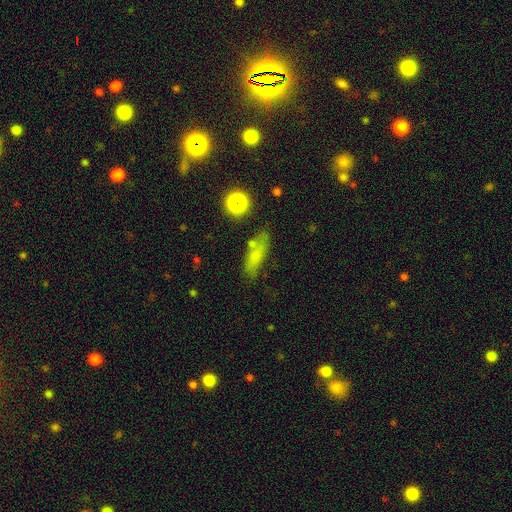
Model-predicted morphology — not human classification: Smooth or featured? Predicted: smooth (p=0.68). How rounded? Predicted: in between (p=0.60). Merging? Predicted: none (p=0.63).